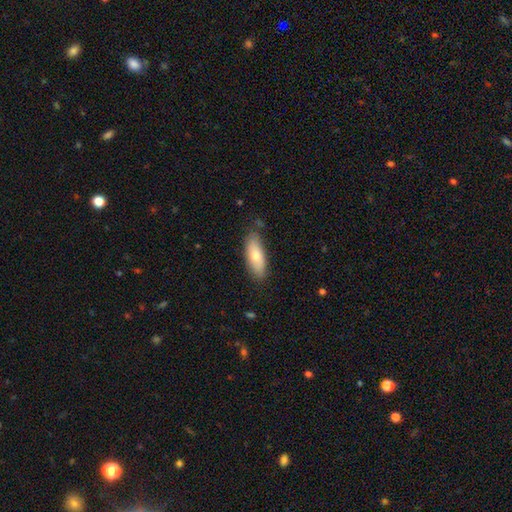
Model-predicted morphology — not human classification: type=smooth (69%); roundness=in between (69%); merging=none (81%).